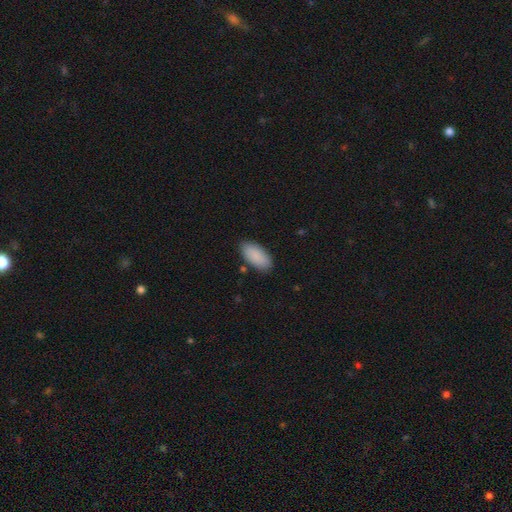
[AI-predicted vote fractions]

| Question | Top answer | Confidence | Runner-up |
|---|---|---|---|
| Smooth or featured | smooth | 89% | star or artifact (6%) |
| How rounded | in between | 92% | cigar-shaped (6%) |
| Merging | none | 85% | minor disturbance (11%) |